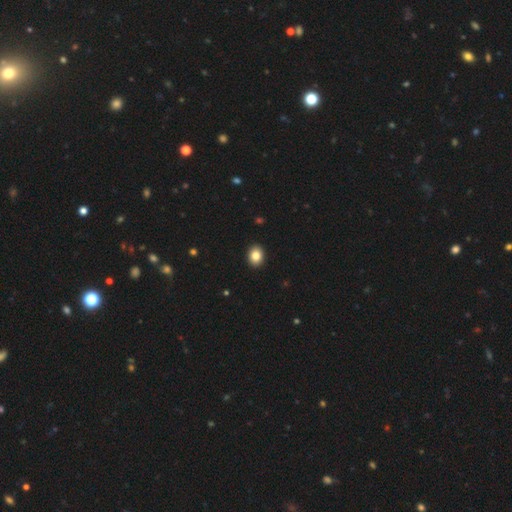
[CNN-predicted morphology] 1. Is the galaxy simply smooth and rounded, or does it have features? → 84% smooth, 9% star or artifact, 7% featured or disk.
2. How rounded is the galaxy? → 55% in between, 44% round, 1% cigar-shaped.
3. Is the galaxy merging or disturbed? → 92% none, 5% minor disturbance, 1% major disturbance, 1% merger.